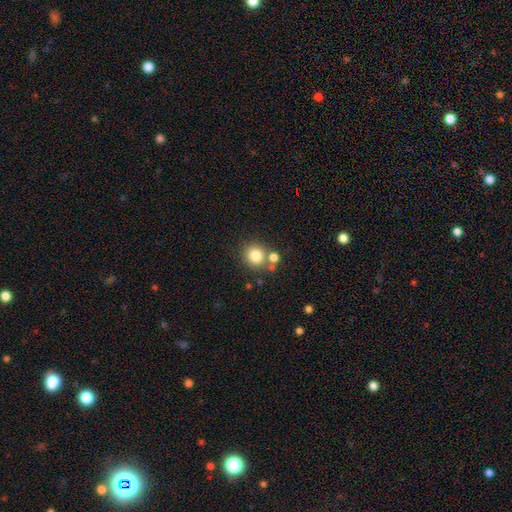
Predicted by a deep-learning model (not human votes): A smooth galaxy with no disk features (80%) that is round (87%). Merging: none (69%).